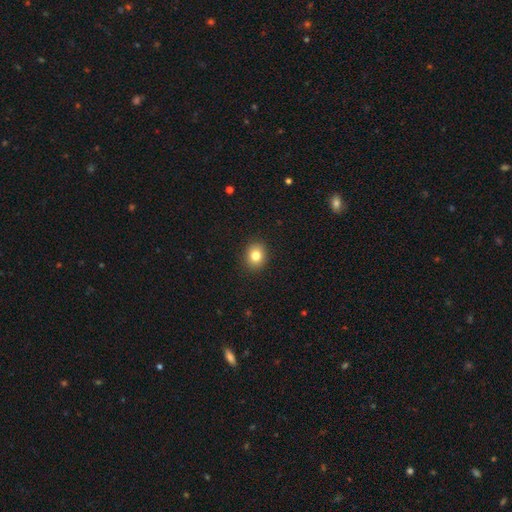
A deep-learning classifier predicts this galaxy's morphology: A smooth galaxy with no disk features (82%) that is round (63%). Merging: none (91%).